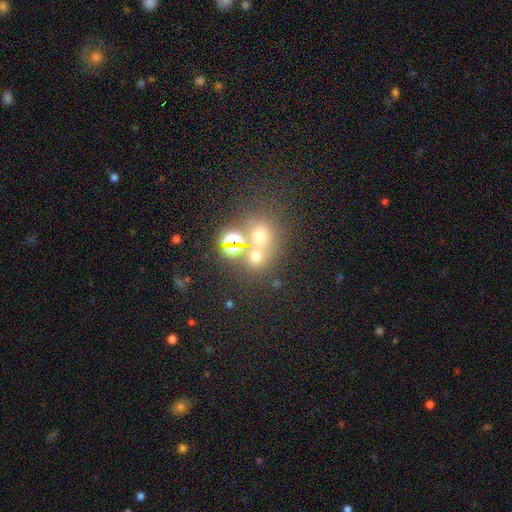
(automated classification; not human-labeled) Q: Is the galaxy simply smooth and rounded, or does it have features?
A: smooth — 52%.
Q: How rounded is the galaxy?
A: round — 76%.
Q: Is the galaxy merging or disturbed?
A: none — 51%.